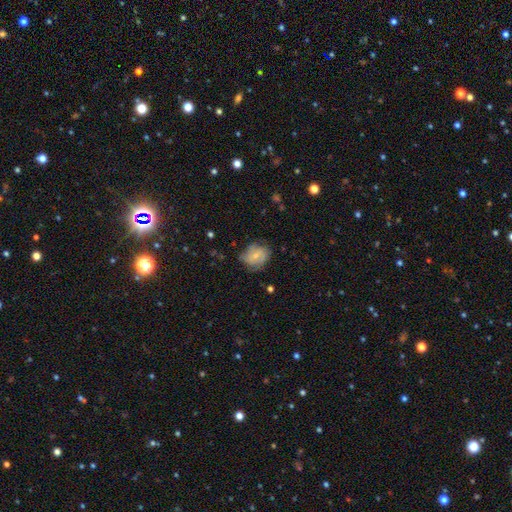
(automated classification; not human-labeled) A smooth galaxy with no disk features (64%) that is round (60%). Merging: none (58%).